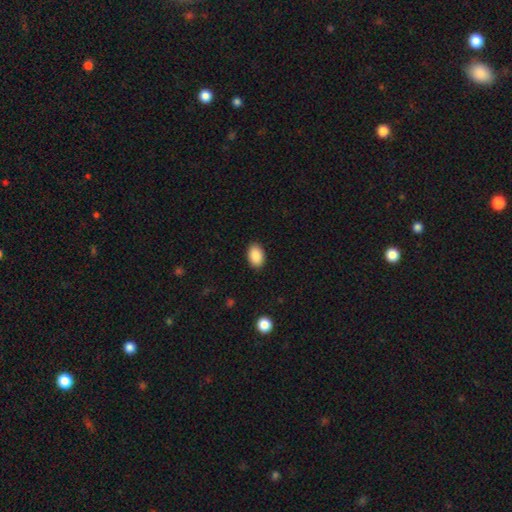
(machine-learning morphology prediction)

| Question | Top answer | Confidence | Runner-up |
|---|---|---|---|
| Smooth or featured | smooth | 89% | star or artifact (7%) |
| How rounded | in between | 89% | round (10%) |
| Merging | none | 89% | minor disturbance (8%) |